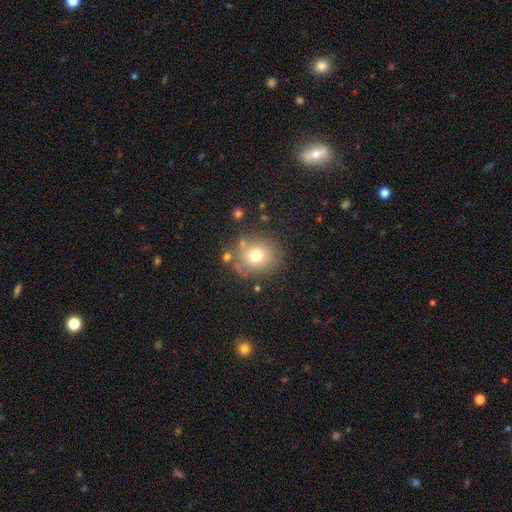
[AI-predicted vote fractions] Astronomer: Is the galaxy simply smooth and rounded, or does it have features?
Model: smooth — 71%.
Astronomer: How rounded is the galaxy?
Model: round — 80%.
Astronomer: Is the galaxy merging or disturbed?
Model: none — 75%.